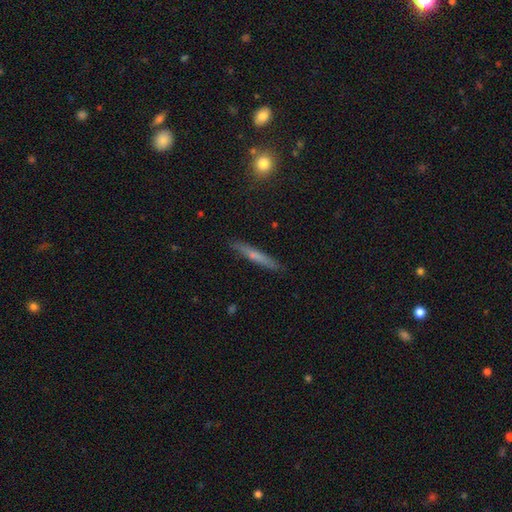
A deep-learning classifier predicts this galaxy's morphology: Smooth or featured?
  - smooth: 55% *
  - featured or disk: 38%
  - star or artifact: 7%
How rounded?
  - cigar-shaped: 94% *
  - in between: 4%
  - round: 2%
Merging?
  - none: 88% *
  - minor disturbance: 9%
  - major disturbance: 2%
  - merger: 1%